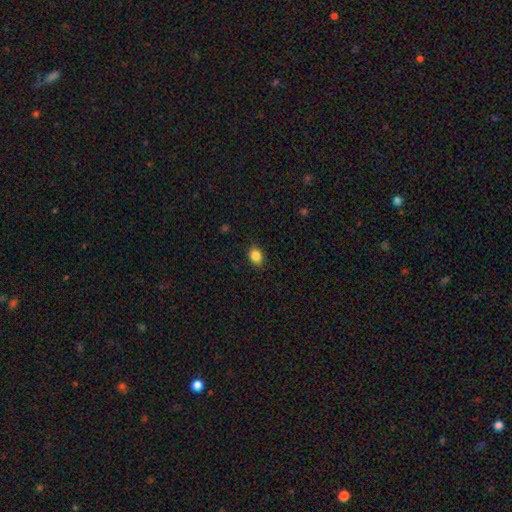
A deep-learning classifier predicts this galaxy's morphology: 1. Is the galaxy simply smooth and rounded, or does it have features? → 86% smooth, 10% star or artifact, 5% featured or disk.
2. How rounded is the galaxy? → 64% in between, 35% round, 1% cigar-shaped.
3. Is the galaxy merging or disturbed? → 87% none, 9% minor disturbance, 2% major disturbance, 1% merger.